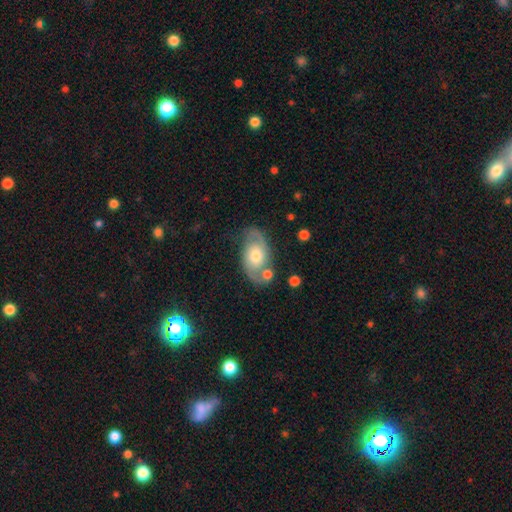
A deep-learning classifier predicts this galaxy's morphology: Overall: featured or disk (75%). Edge-on disk: no (96%). Bar: no (72%). Spiral arms: yes (90%). Spiral arm count: 2 (89%). Spiral winding: medium (50%; tight 25%). Bulge size: moderate (67%). Merging: none (69%).